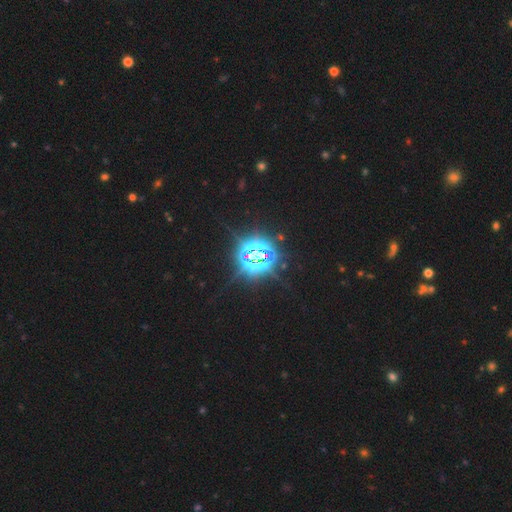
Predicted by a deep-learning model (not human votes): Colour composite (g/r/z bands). It shows a star or artifact, not a galaxy (85%).